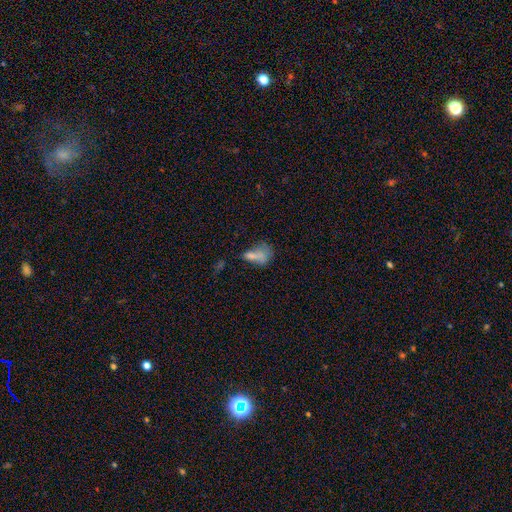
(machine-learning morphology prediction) This is likely a smooth galaxy (67%). How rounded: likely in between (77%). Merging: marginally major disturbance (30%).